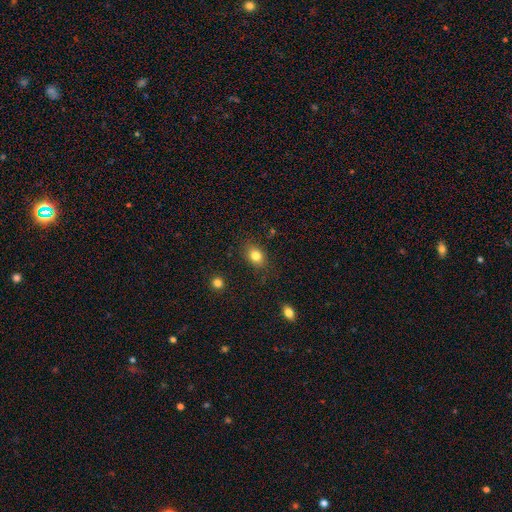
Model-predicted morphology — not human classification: The model was most divided on "how rounded": in between: 65%, round: 33%, cigar-shaped: 1%. More confident: smooth or featured — smooth (82%); merging — none (82%).